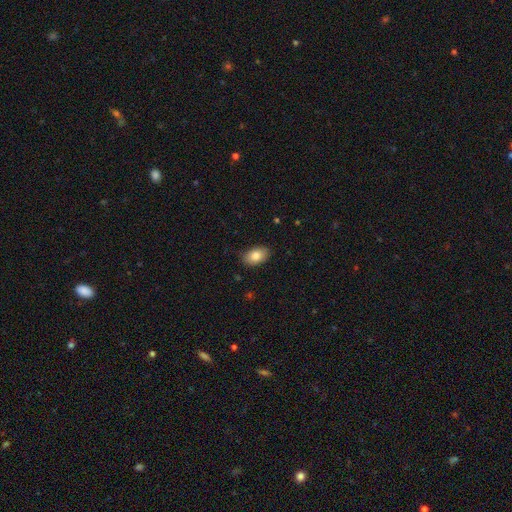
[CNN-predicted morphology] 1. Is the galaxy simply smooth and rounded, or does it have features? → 84% smooth, 9% featured or disk, 7% star or artifact.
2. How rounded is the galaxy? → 91% in between, 8% round, 1% cigar-shaped.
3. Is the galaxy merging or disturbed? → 86% none, 11% minor disturbance, 2% major disturbance, 1% merger.